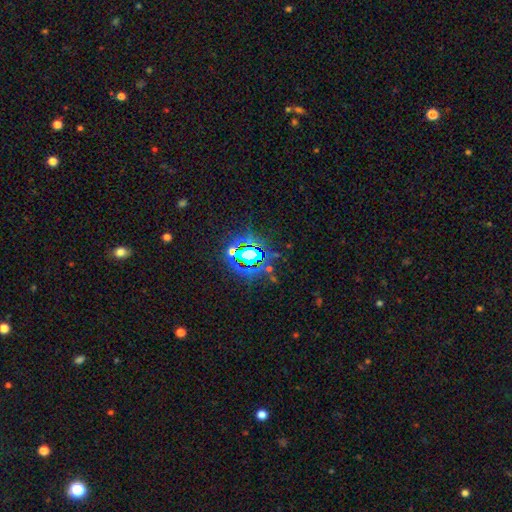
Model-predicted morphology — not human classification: Smooth or featured? Predicted: star or artifact (p=0.79).